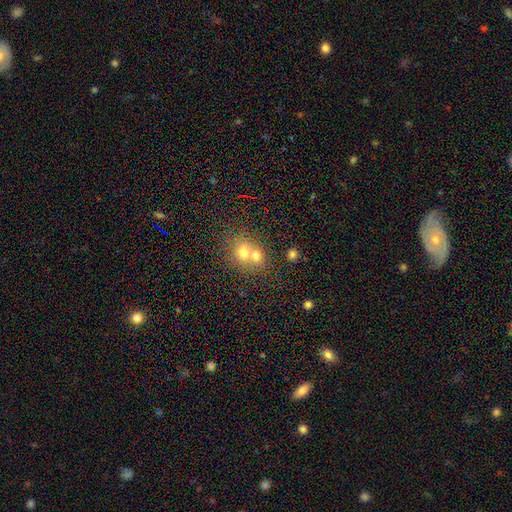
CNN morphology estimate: smooth 69%, featured or disk 17%, star or artifact 14%. Down the decision tree: how rounded — round (71%); merging — merger (61%).